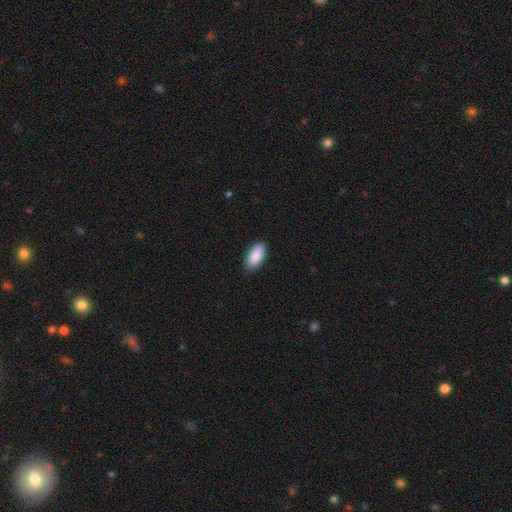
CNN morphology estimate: Q: Smooth or featured?
A: smooth (89%); runner-up: star or artifact (6%)
Q: How rounded?
A: in between (90%); runner-up: cigar-shaped (8%)
Q: Merging?
A: none (86%); runner-up: minor disturbance (11%)